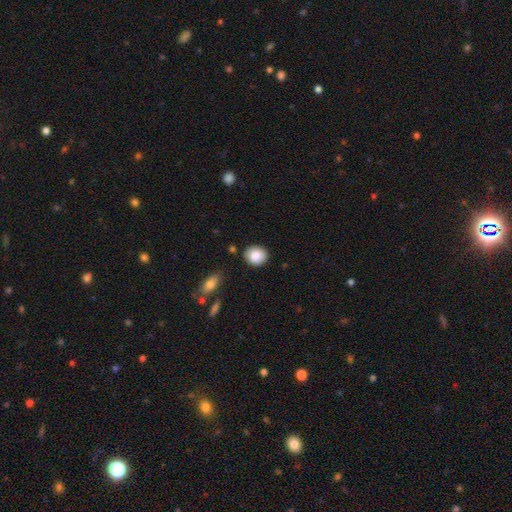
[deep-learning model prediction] A smooth galaxy with no disk features (88%) that is round (67%).

Vote fractions:
- Smooth or featured? smooth: 88% / star or artifact: 7% / featured or disk: 5%
- How rounded? round: 67% / in between: 31% / cigar-shaped: 1%
- Merging? none: 83% / minor disturbance: 12% / major disturbance: 3% / merger: 2%